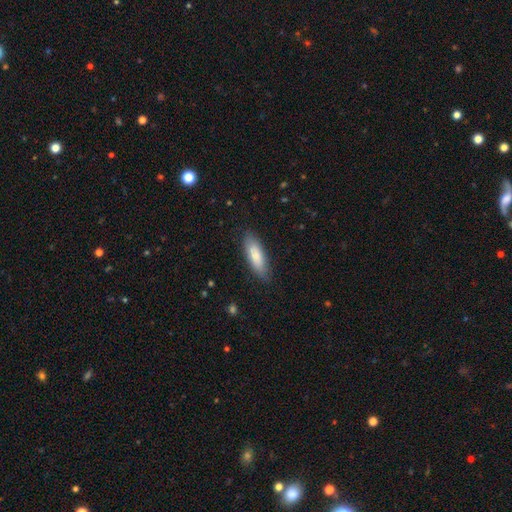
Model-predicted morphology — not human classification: Smooth or featured: smooth — 78% (featured or disk — 16%)
How rounded: in between — 56% (cigar-shaped — 43%)
Merging: none — 83% (minor disturbance — 13%)